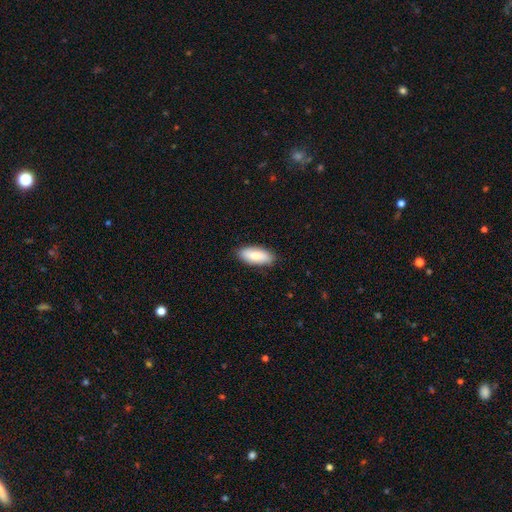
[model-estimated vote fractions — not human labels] Smooth or featured: smooth — 80% (featured or disk — 14%)
How rounded: in between — 83% (cigar-shaped — 15%)
Merging: none — 87% (minor disturbance — 10%)